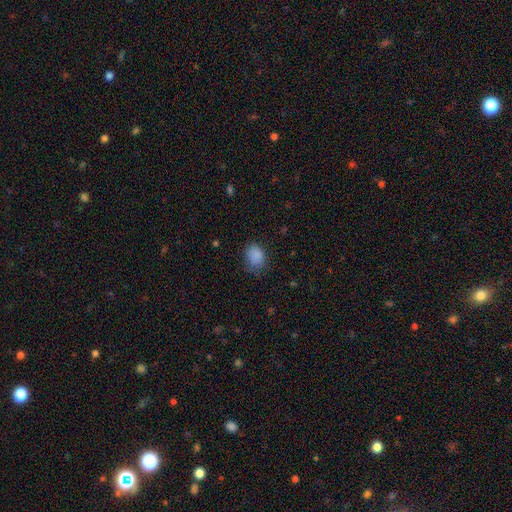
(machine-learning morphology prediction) A smooth galaxy with no disk features (85%) that is in between round and cigar-shaped (57%).

Vote fractions:
- Smooth or featured? smooth: 85% / star or artifact: 10% / featured or disk: 5%
- How rounded? in between: 57% / round: 43% / cigar-shaped: 1%
- Merging? none: 67% / minor disturbance: 25% / major disturbance: 7% / merger: 1%